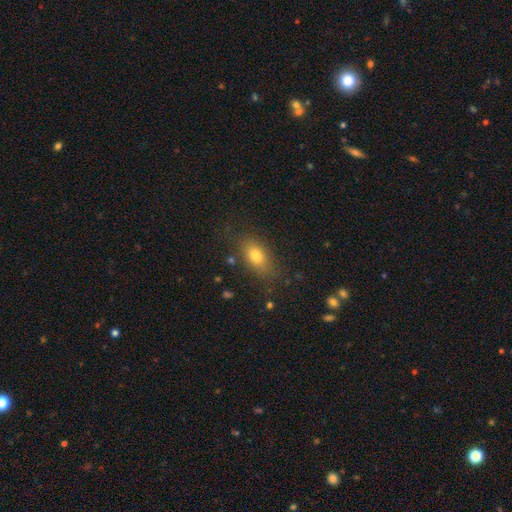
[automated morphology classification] This appears to be a smooth galaxy with no disk features (76%) that is in between round and cigar-shaped (82%). Merging: none (78%).